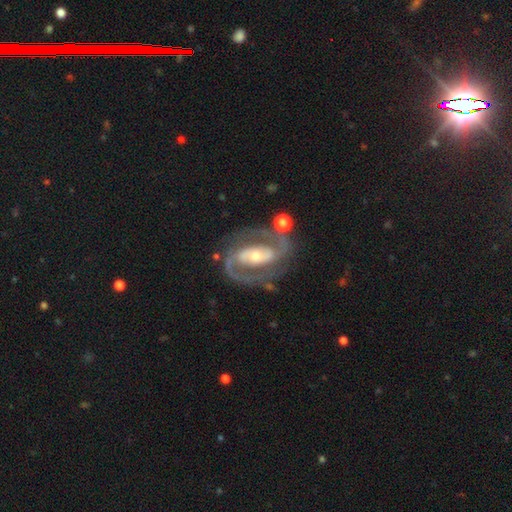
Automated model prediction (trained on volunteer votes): A featured or disk galaxy (91%) with a strong bar (43%), 2 (93%) medium (57%) spiral arms (97%) and a small central bulge (48%).

Vote fractions:
- Smooth or featured? featured or disk: 91% / star or artifact: 5% / smooth: 4%
- Edge-on disk? no: 97% / yes: 3%
- Bar? strong: 43% / weak: 31% / no: 26%
- Spiral arms? yes: 97% / no: 3%
- Spiral winding? medium: 57% / tight: 31% / loose: 12%
- Spiral arm count? 2: 93% / can't tell: 2% / 3: 2% / 1: 1% / 4: 1% / more than 4: 1%
- Bulge size? small: 48% / moderate: 45% / large: 4% / none: 1% / dominant: 1%
- Merging? none: 76% / minor disturbance: 13% / major disturbance: 7% / merger: 4%